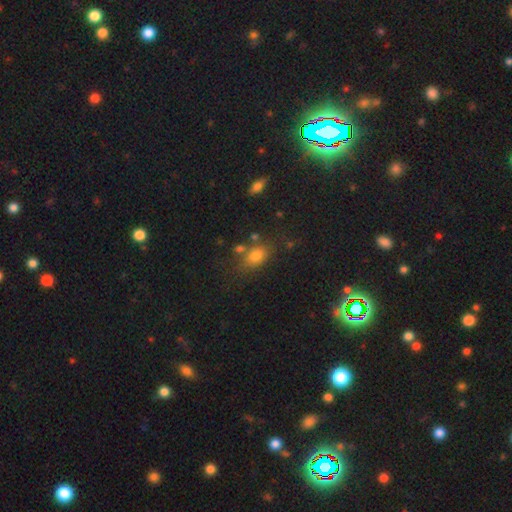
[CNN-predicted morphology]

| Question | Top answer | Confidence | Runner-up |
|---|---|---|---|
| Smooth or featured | smooth | 78% | star or artifact (13%) |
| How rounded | in between | 77% | round (19%) |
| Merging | none | 62% | minor disturbance (18%) |